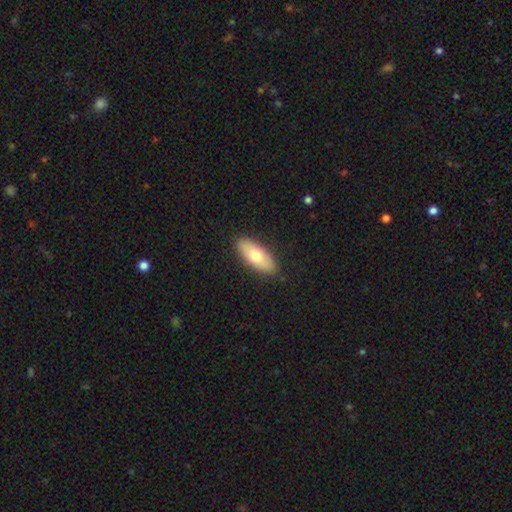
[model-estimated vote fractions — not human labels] Smooth or featured? Predicted: smooth (p=0.69). How rounded? Predicted: in between (p=0.81). Merging? Predicted: none (p=0.88).